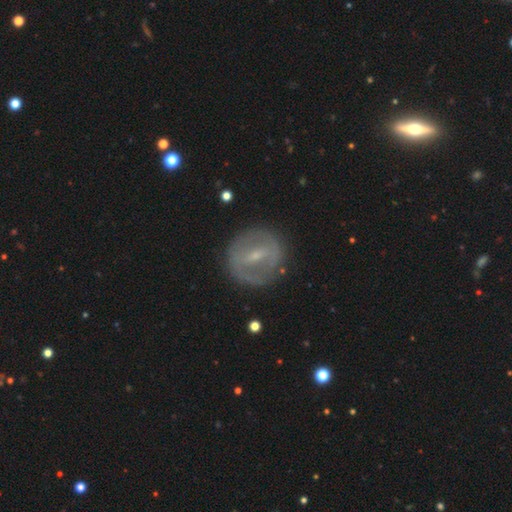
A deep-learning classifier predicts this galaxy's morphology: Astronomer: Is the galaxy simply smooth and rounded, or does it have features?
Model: featured or disk — 65%.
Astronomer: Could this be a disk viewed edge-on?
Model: no — 91%.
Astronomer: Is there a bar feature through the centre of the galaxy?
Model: strong — 49% (runner-up: weak, 38%).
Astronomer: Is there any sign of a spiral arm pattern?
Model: no — 62% (runner-up: yes, 38%).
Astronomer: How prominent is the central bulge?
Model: small — 65%.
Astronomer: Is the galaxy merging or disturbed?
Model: none — 81%.